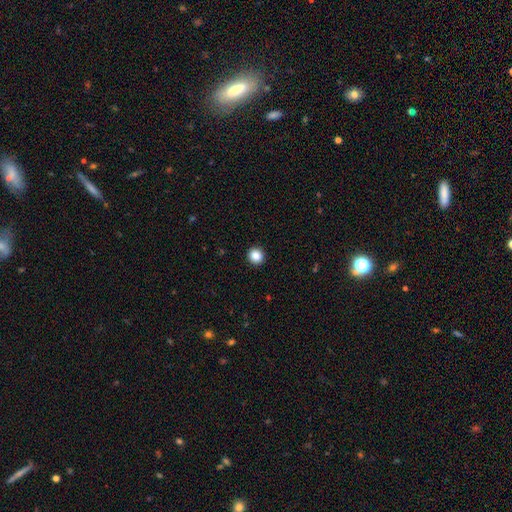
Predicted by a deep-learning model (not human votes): A smooth galaxy with no disk features (87%) that is round (91%). Merging: none (93%).